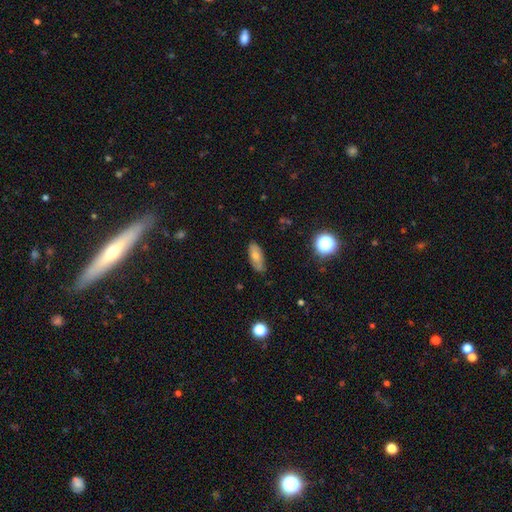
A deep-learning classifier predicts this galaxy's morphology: type=smooth (68%); roundness=in between (82%); merging=none (77%).